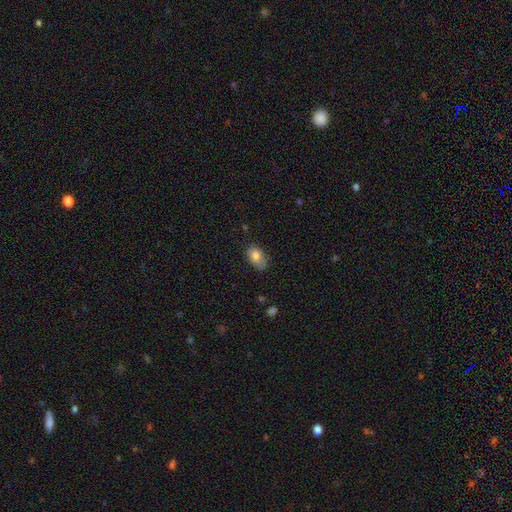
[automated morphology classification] smooth_or_featured: smooth (p=0.79) [alt: featured or disk p=0.13]
how_rounded: in between (p=0.90) [alt: round p=0.08]
merging: none (p=0.63) [alt: minor disturbance p=0.28]